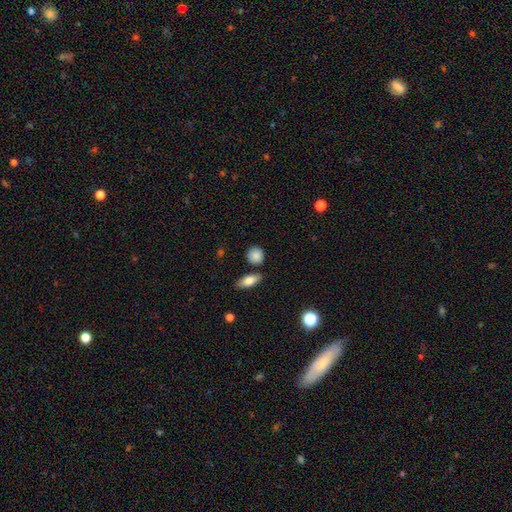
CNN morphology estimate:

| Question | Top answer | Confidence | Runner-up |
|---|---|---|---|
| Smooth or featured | smooth | 86% | star or artifact (8%) |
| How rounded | round | 77% | in between (20%) |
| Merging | none | 81% | minor disturbance (11%) |